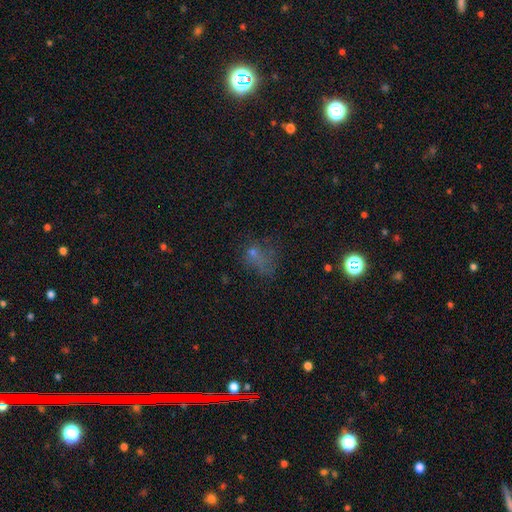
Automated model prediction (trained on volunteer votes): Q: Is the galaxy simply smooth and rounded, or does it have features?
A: smooth — 48%.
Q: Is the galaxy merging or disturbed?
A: major disturbance — 38%.